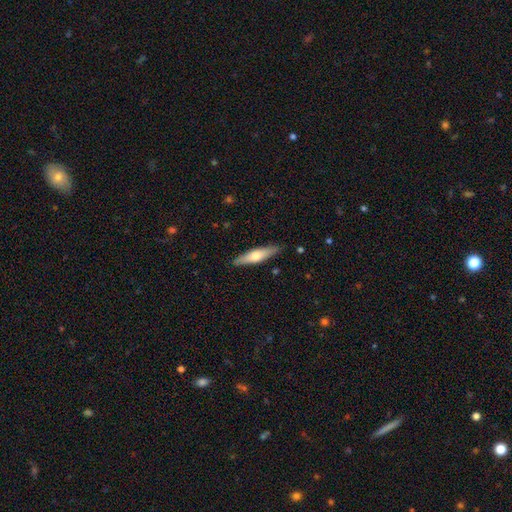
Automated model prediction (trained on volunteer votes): smooth-or-featured: smooth: 54% | featured or disk: 40% | star or artifact: 5%
  how-rounded: cigar-shaped: 73% | in between: 25% | round: 2%
  merging: none: 87% | minor disturbance: 10% | major disturbance: 2% | merger: 1%